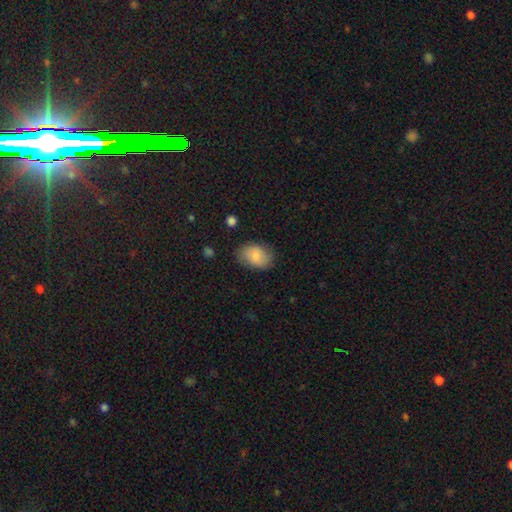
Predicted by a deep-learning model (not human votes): Smooth or featured?
  - smooth: 81% *
  - featured or disk: 12%
  - star or artifact: 7%
How rounded?
  - in between: 79% *
  - round: 20%
  - cigar-shaped: 1%
Merging?
  - none: 76% *
  - minor disturbance: 18%
  - major disturbance: 4%
  - merger: 1%